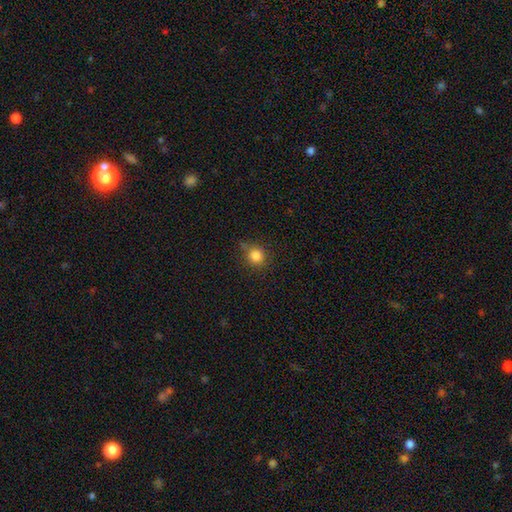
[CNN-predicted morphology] A smooth galaxy with no disk features (84%) that is round (91%).

Vote fractions:
- Smooth or featured? smooth: 84% / star or artifact: 12% / featured or disk: 5%
- How rounded? round: 91% / in between: 8% / cigar-shaped: 1%
- Merging? none: 77% / minor disturbance: 13% / merger: 6% / major disturbance: 4%